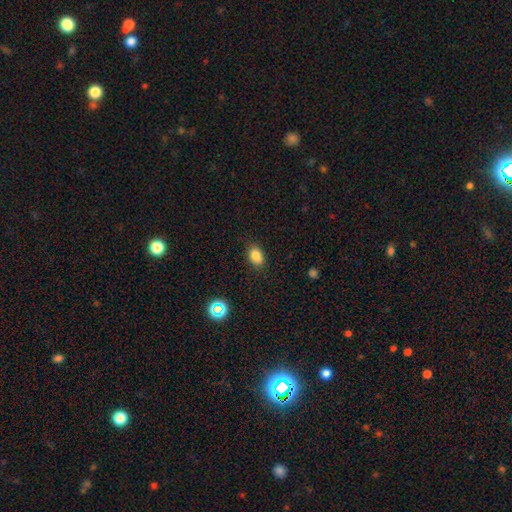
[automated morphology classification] smooth_or_featured: smooth (p=0.82) [alt: star or artifact p=0.11]
how_rounded: in between (p=0.76) [alt: round p=0.22]
merging: none (p=0.84) [alt: minor disturbance p=0.12]